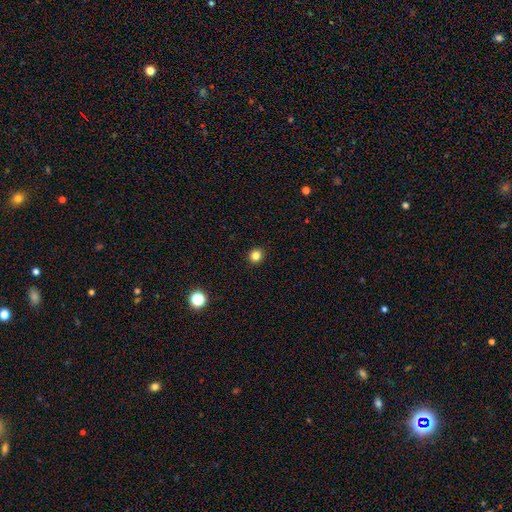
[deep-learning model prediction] This is clearly a smooth galaxy (82%). How rounded: clearly round (89%). Merging: clearly none (93%).